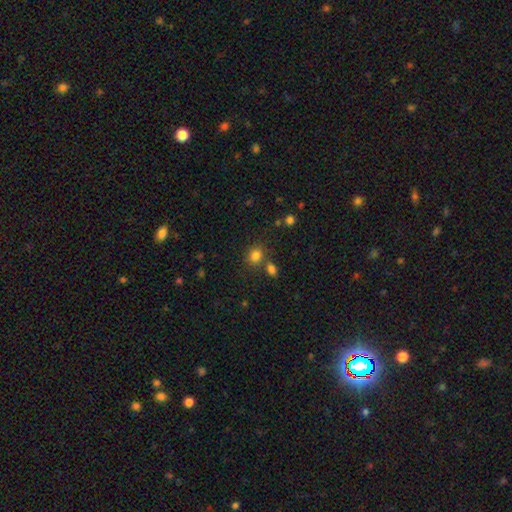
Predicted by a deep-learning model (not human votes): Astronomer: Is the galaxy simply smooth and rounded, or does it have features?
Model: smooth — 82%.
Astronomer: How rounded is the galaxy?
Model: round — 62%.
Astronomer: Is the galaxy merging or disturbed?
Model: none — 66%.